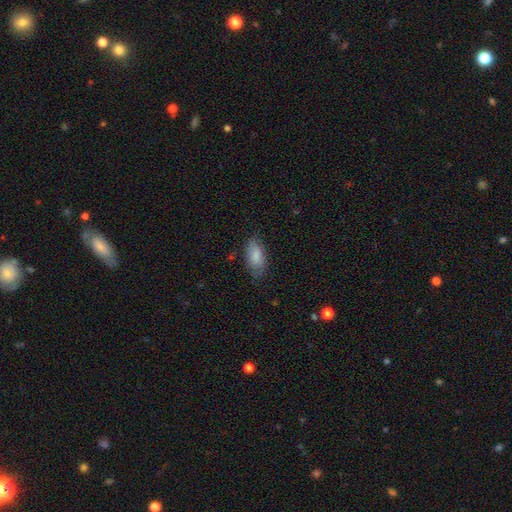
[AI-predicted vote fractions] This appears to be a smooth galaxy with no disk features (85%) that is in between round and cigar-shaped (89%). Merging: none (72%).